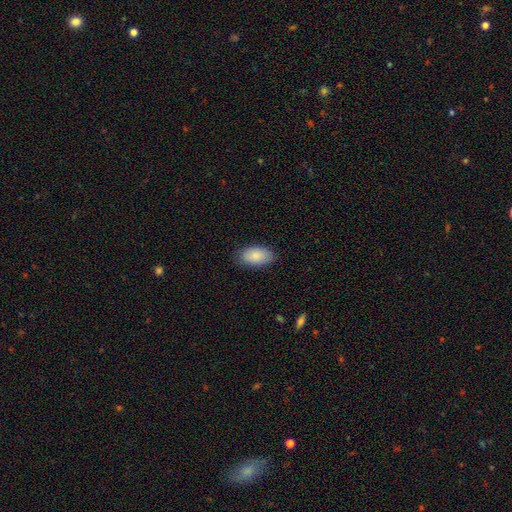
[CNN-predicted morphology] Smooth or featured: smooth — 87% (star or artifact — 6%)
How rounded: in between — 94% (round — 4%)
Merging: none — 85% (minor disturbance — 12%)